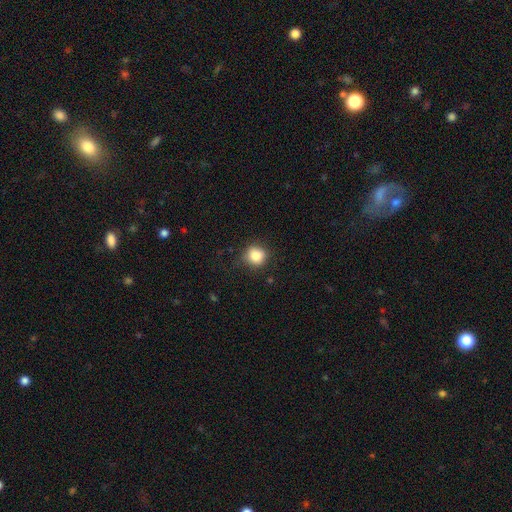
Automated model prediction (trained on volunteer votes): Smooth or featured? Predicted: smooth (p=0.85). How rounded? Predicted: round (p=0.84). Merging? Predicted: none (p=0.76).